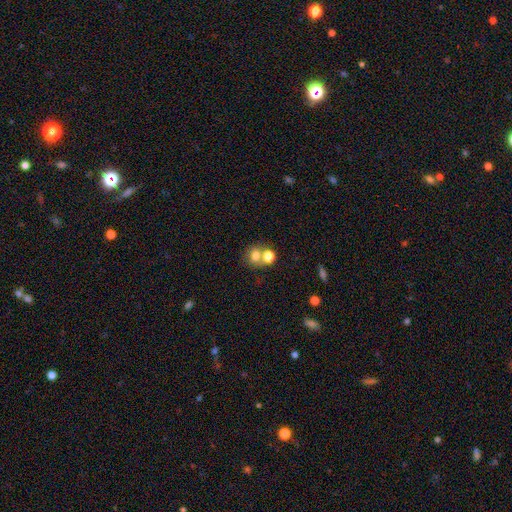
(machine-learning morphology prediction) Smooth or featured: smooth — 74% (star or artifact — 14%)
How rounded: round — 76% (in between — 23%)
Merging: none — 47% (merger — 41%)